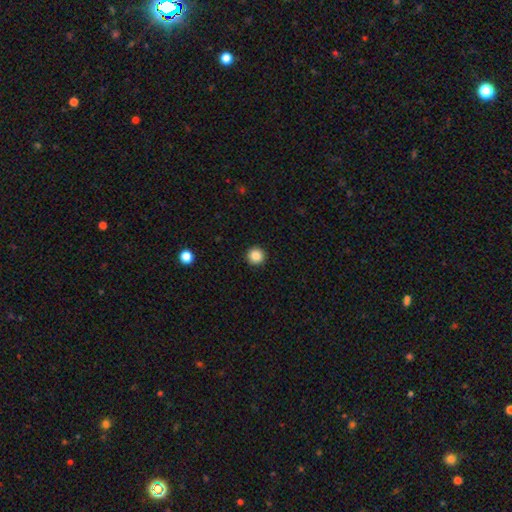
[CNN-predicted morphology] This is clearly a smooth galaxy (86%). How rounded: clearly round (95%). Merging: clearly none (93%).